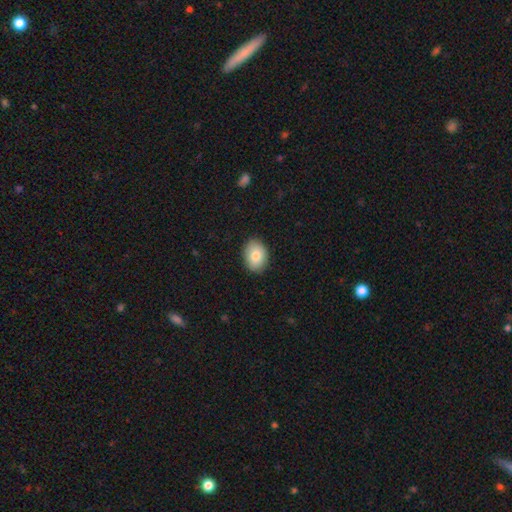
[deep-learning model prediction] smooth 82%, featured or disk 11%, star or artifact 7%. Down the decision tree: how rounded — in between (75%); merging — none (88%).